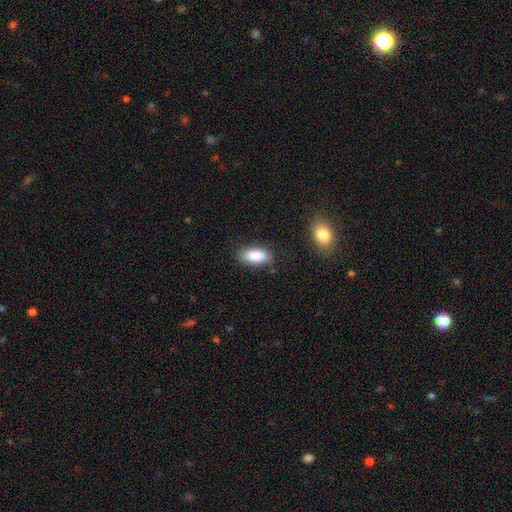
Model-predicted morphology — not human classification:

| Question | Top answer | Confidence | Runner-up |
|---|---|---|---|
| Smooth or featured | smooth | 88% | star or artifact (7%) |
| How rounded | in between | 90% | cigar-shaped (8%) |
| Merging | none | 80% | minor disturbance (15%) |